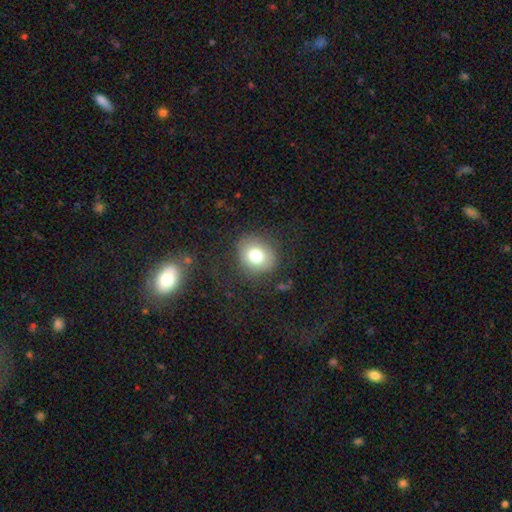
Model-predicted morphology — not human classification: smooth-or-featured: smooth: 75% | featured or disk: 13% | star or artifact: 11%
  how-rounded: round: 75% | in between: 24% | cigar-shaped: 1%
  merging: none: 80% | minor disturbance: 12% | major disturbance: 7% | merger: 1%